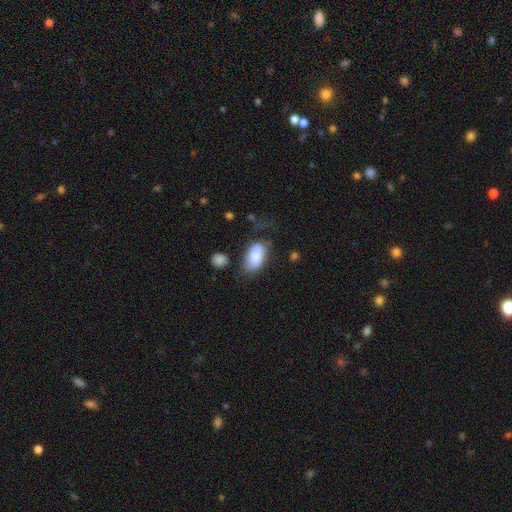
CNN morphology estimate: type=smooth (78%); roundness=in between (93%); merging=none (49%).